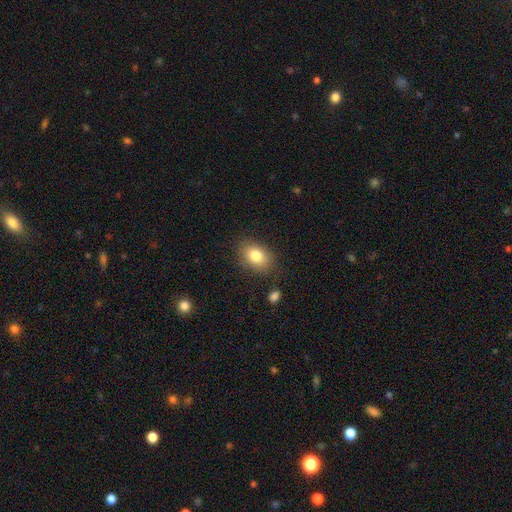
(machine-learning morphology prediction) Q: Smooth or featured?
A: smooth (81%); runner-up: featured or disk (10%)
Q: How rounded?
A: in between (75%); runner-up: round (24%)
Q: Merging?
A: none (81%); runner-up: minor disturbance (13%)